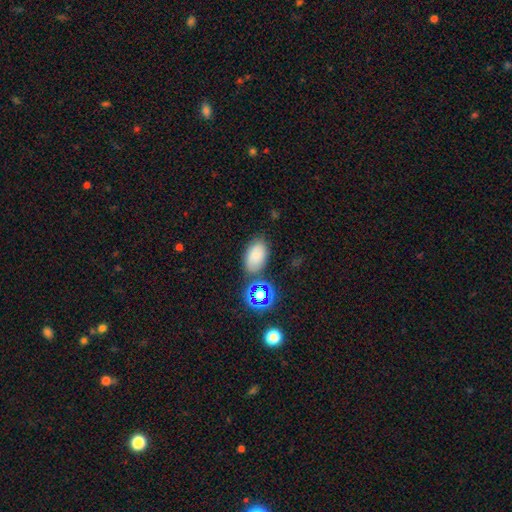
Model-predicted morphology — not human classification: A smooth galaxy with no disk features (73%) that is in between round and cigar-shaped (90%). Merging: none (72%).